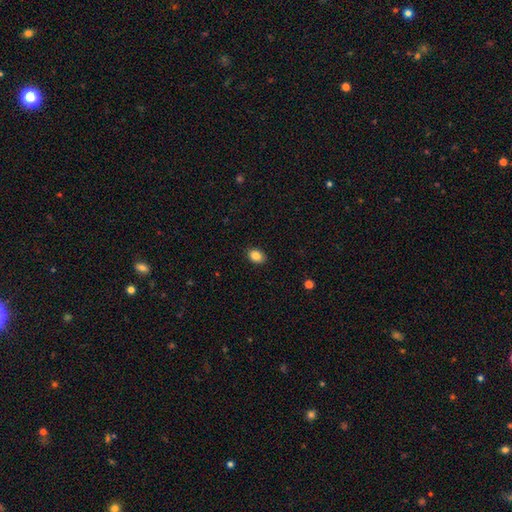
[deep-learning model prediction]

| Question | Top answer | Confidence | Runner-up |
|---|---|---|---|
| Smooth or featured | smooth | 87% | star or artifact (9%) |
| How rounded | in between | 70% | round (29%) |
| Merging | none | 89% | minor disturbance (8%) |